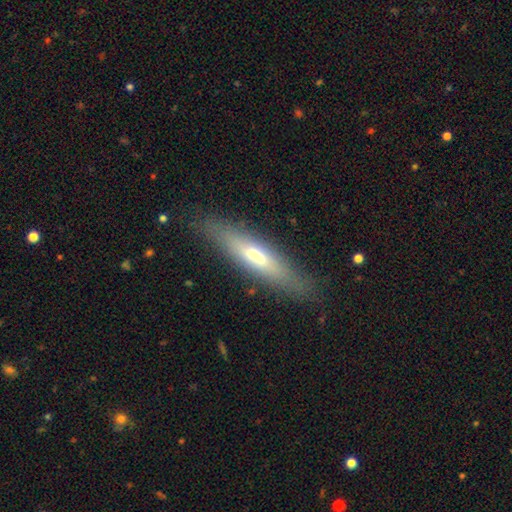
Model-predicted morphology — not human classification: Smooth or featured? smooth (52%)
How rounded? cigar-shaped (78%)
Merging? none (84%)